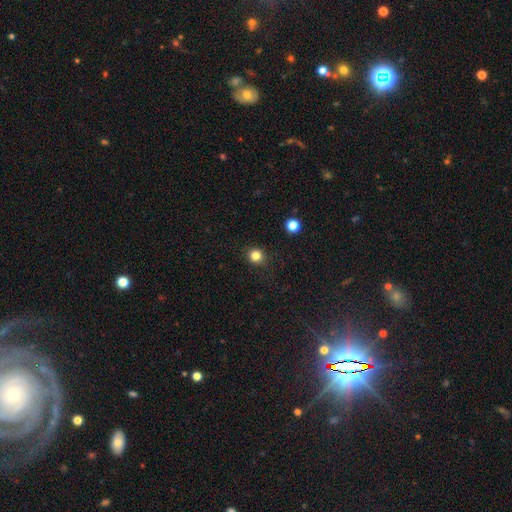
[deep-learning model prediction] Q: Smooth or featured?
A: smooth (83%); runner-up: star or artifact (13%)
Q: How rounded?
A: round (90%); runner-up: in between (10%)
Q: Merging?
A: none (89%); runner-up: minor disturbance (7%)